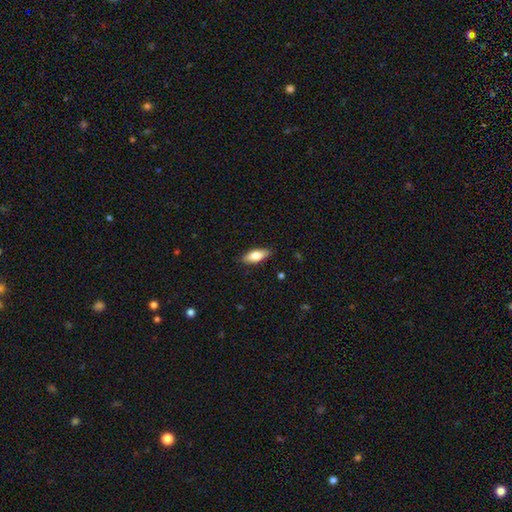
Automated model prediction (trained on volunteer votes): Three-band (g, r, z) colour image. It shows a smooth galaxy with no disk features (75%) that is in between round and cigar-shaped (72%). Merging: none (87%).